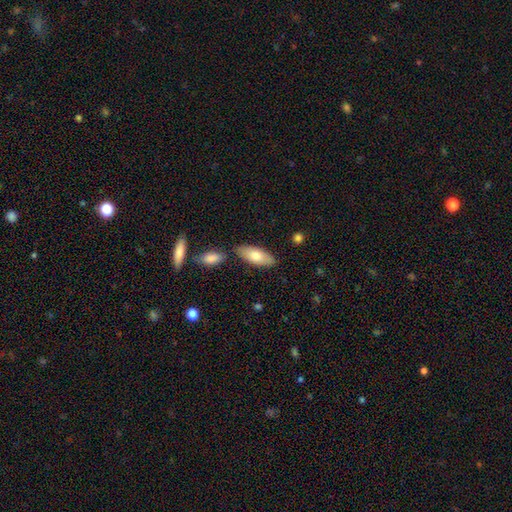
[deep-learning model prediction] Q: Smooth or featured?
A: smooth (76%); runner-up: featured or disk (19%)
Q: How rounded?
A: in between (81%); runner-up: cigar-shaped (17%)
Q: Merging?
A: none (75%); runner-up: minor disturbance (13%)